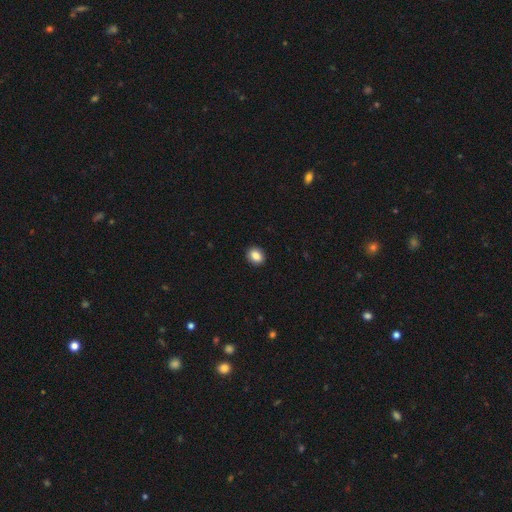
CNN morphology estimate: smooth 86%, star or artifact 9%, featured or disk 5%. Down the decision tree: how rounded — round (55%); merging — none (92%).